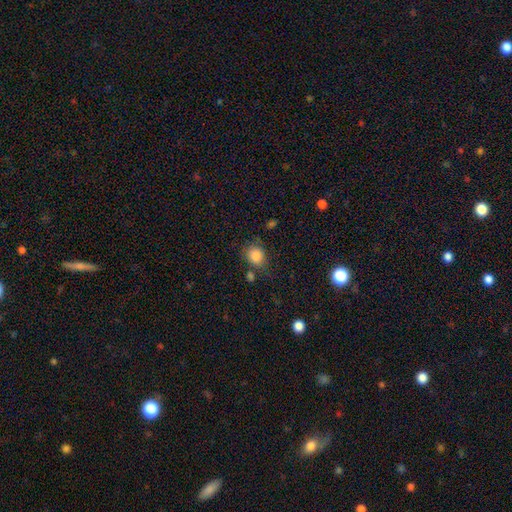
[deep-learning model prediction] Smooth or featured? Predicted: smooth (p=0.85). How rounded? Predicted: round (p=0.69). Merging? Predicted: none (p=0.68).